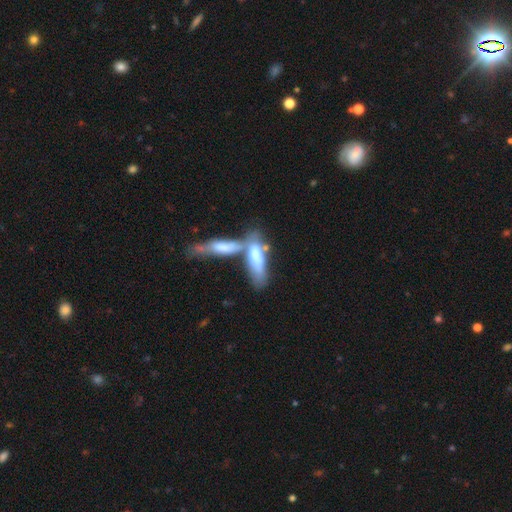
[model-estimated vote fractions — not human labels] Smooth or featured? smooth (64%)
How rounded? in between (50%)
Merging? merger (64%)